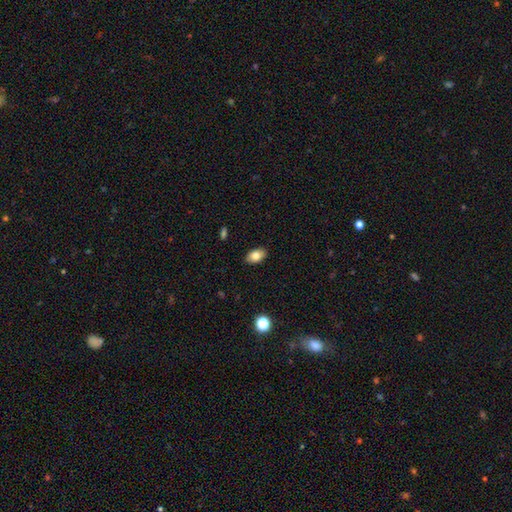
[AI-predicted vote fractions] Smooth or featured?
  - smooth: 81% *
  - featured or disk: 11%
  - star or artifact: 8%
How rounded?
  - in between: 91% *
  - round: 8%
  - cigar-shaped: 2%
Merging?
  - none: 89% *
  - minor disturbance: 8%
  - major disturbance: 2%
  - merger: 1%